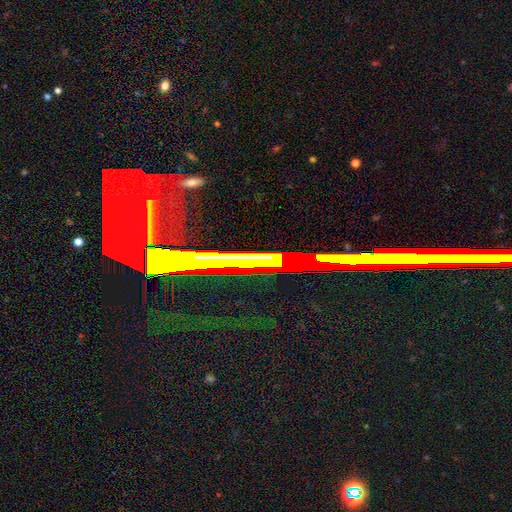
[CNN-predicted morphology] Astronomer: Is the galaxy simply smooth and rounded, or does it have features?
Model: star or artifact — 47% (runner-up: featured or disk, 36%).